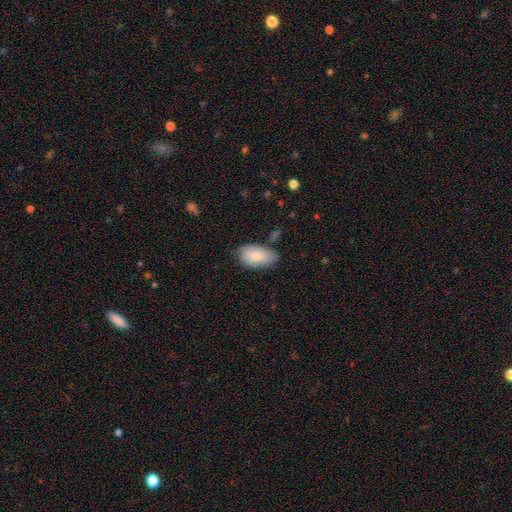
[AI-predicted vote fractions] Smooth or featured: smooth — 80% (featured or disk — 14%)
How rounded: in between — 94% (round — 4%)
Merging: none — 68% (minor disturbance — 24%)